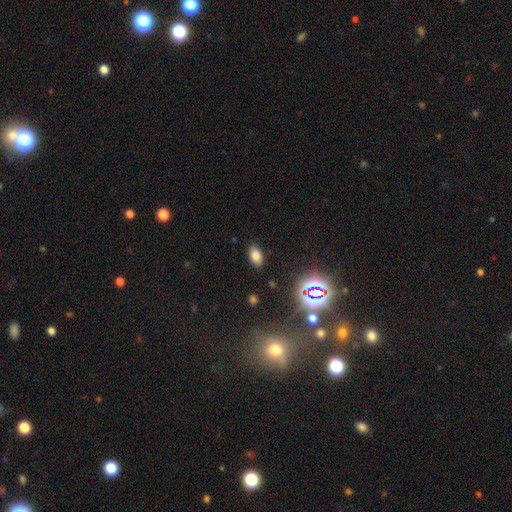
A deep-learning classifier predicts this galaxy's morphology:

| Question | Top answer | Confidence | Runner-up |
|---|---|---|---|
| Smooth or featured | smooth | 76% | star or artifact (17%) |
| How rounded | in between | 91% | round (6%) |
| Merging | none | 87% | minor disturbance (9%) |